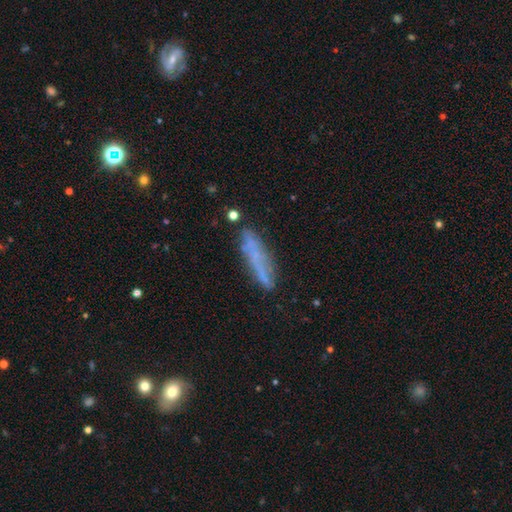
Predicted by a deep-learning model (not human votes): smooth 51%, featured or disk 38%, star or artifact 11%. Down the decision tree: how rounded — cigar-shaped (84%); merging — none (70%).